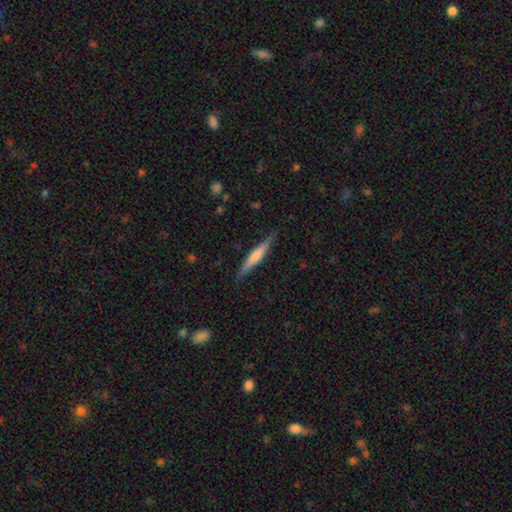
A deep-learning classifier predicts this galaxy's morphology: Overall: featured or disk (51%; smooth 43%). Edge-on disk: yes (96%). Merging: none (86%).